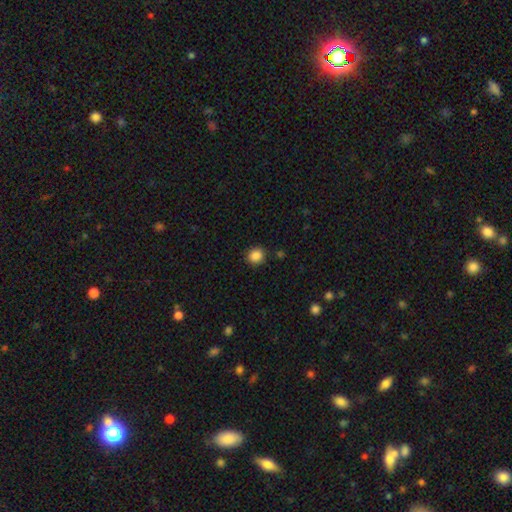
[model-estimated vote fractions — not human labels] This appears to be a smooth galaxy with no disk features (87%) that is round (86%). Merging: none (88%).